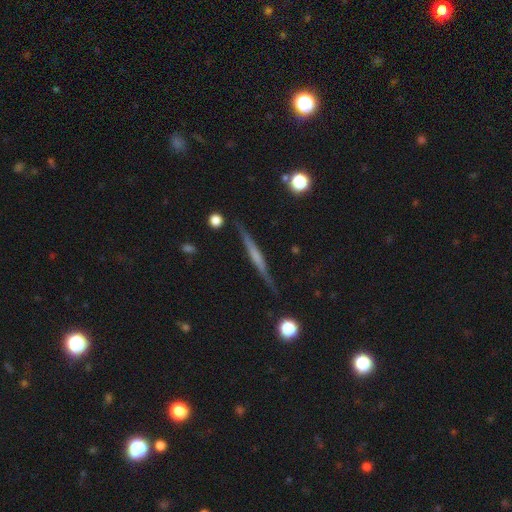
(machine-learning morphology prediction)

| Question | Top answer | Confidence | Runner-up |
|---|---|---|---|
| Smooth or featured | featured or disk | 65% | smooth (28%) |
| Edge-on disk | yes | 97% | no (3%) |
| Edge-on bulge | none | 57% | rounded (26%) |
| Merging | none | 87% | minor disturbance (9%) |